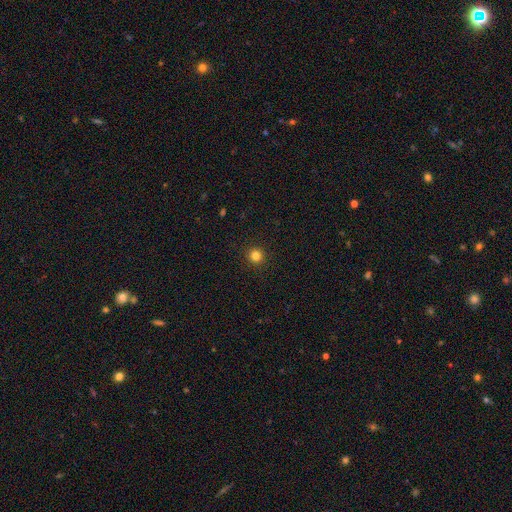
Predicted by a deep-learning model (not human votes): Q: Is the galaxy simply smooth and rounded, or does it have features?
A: smooth — 82%.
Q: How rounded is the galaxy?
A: round — 95%.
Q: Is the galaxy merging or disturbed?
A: none — 93%.